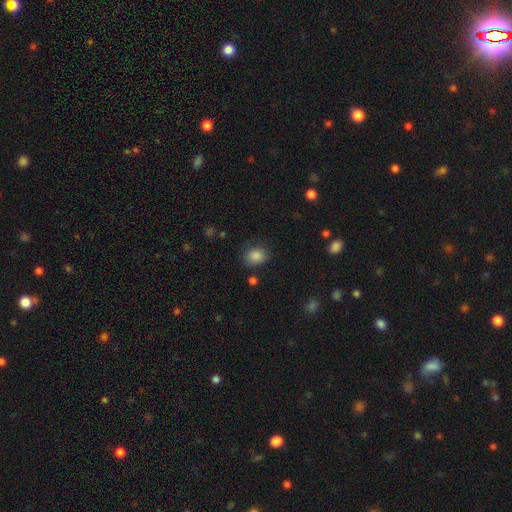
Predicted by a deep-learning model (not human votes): Q: Smooth or featured?
A: smooth (86%); runner-up: star or artifact (10%)
Q: How rounded?
A: in between (51%); runner-up: round (48%)
Q: Merging?
A: none (76%); runner-up: minor disturbance (17%)